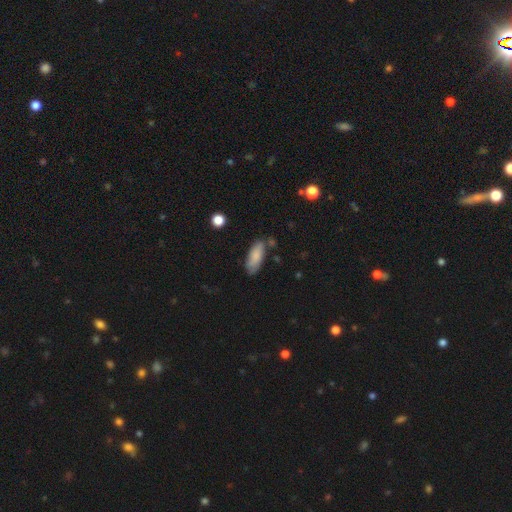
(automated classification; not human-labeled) smooth 83%, featured or disk 11%, star or artifact 7%. Down the decision tree: how rounded — in between (73%); merging — none (69%).